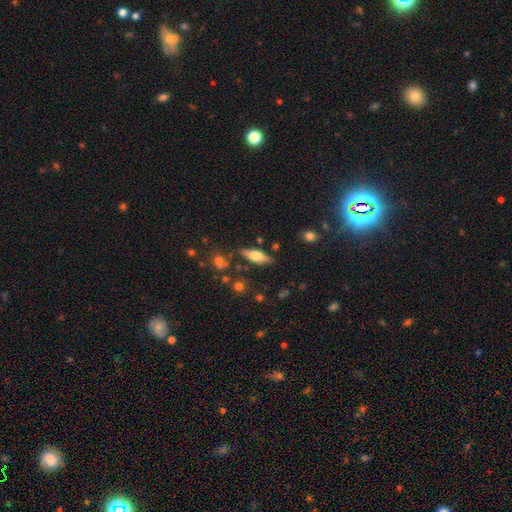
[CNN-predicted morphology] smooth-or-featured: smooth: 51% | featured or disk: 41% | star or artifact: 7%
  how-rounded: in between: 58% | cigar-shaped: 39% | round: 3%
  merging: none: 77% | minor disturbance: 15% | merger: 5% | major disturbance: 4%